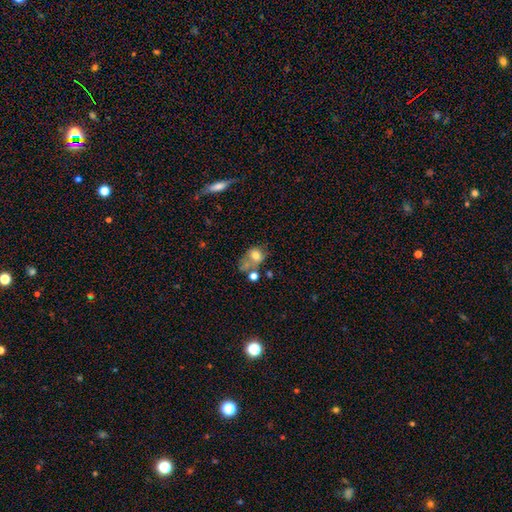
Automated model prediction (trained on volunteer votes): A smooth galaxy with no disk features (66%) that is in between round and cigar-shaped (57%).

Vote fractions:
- Smooth or featured? smooth: 66% / featured or disk: 22% / star or artifact: 11%
- How rounded? in between: 57% / round: 41% / cigar-shaped: 1%
- Merging? merger: 35% / none: 26% / major disturbance: 20% / minor disturbance: 19%